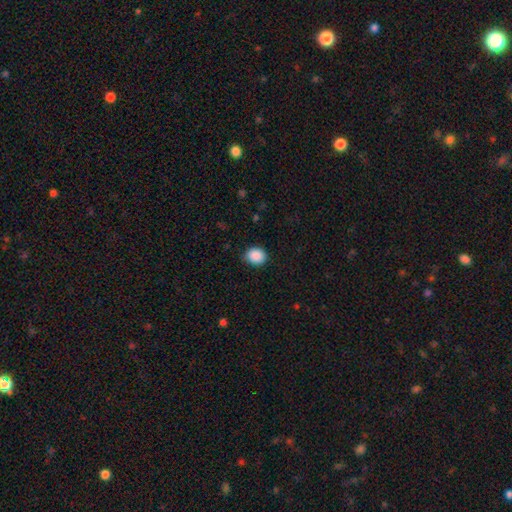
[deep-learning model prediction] Overall: smooth (89%). How rounded: round (63%; in between 36%). Merging: none (83%).